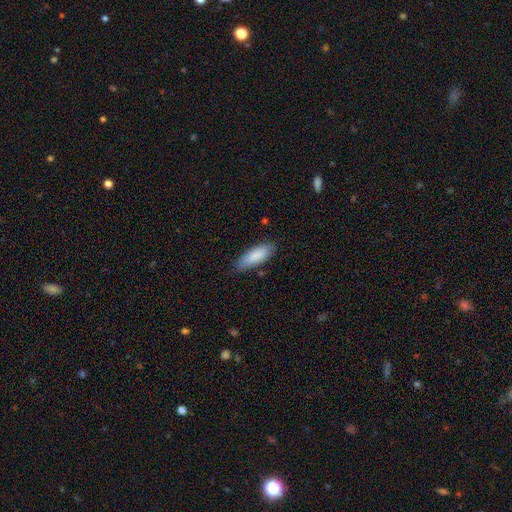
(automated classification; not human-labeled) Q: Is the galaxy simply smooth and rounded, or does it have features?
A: smooth — 87%.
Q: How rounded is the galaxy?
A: in between — 62%.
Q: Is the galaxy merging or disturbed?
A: none — 81%.